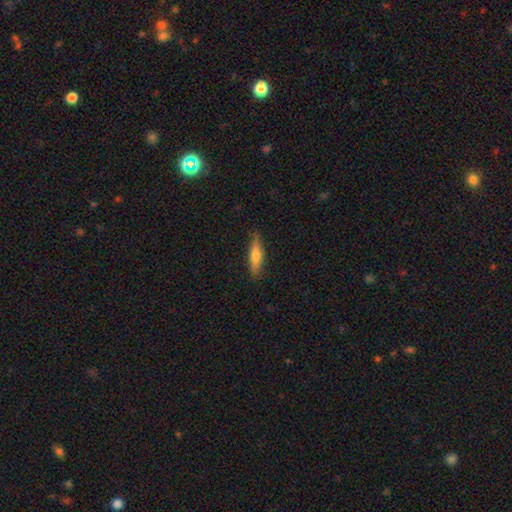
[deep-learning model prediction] A smooth galaxy with no disk features (63%) that is cigar-shaped (74%). Merging: none (85%).